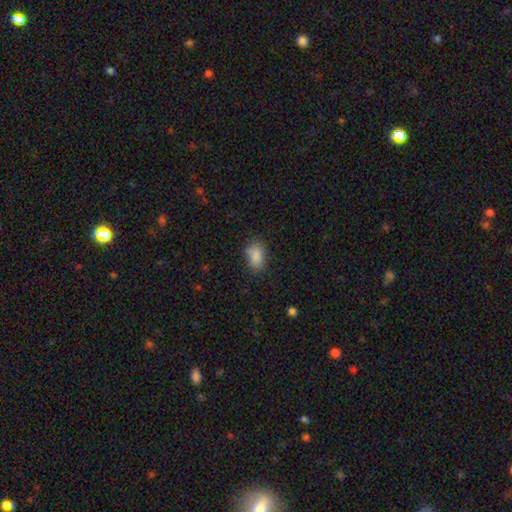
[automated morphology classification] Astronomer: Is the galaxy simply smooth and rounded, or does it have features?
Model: smooth — 85%.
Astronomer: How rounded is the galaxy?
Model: in between — 86%.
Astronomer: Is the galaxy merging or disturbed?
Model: none — 71%.